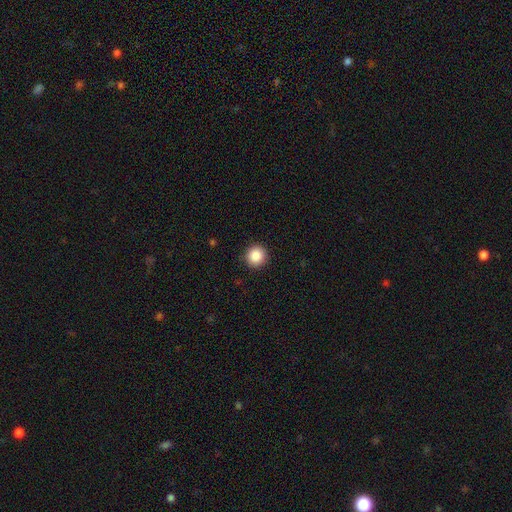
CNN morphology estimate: Q: Smooth or featured?
A: smooth (88%); runner-up: star or artifact (9%)
Q: How rounded?
A: round (95%); runner-up: in between (4%)
Q: Merging?
A: none (92%); runner-up: minor disturbance (5%)